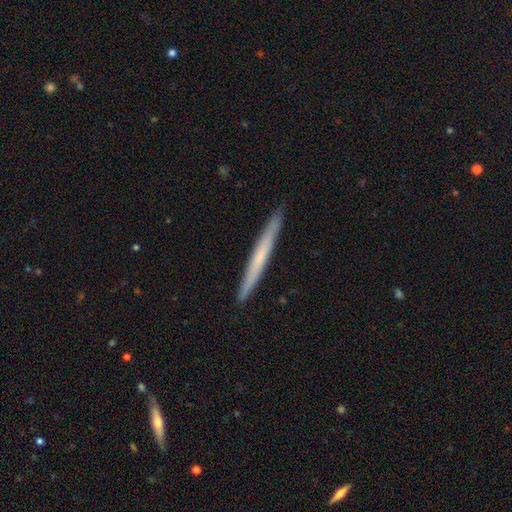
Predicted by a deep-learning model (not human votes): Smooth or featured: featured or disk — 48% (smooth — 45%)
Merging: none — 92% (minor disturbance — 6%)